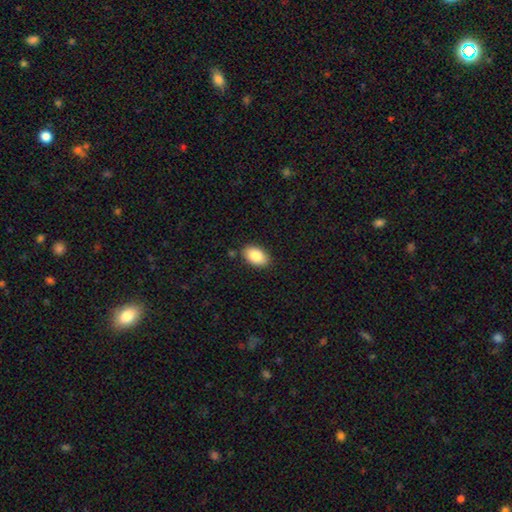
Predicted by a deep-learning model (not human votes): A smooth galaxy with no disk features (86%) that is in between round and cigar-shaped (92%).

Vote fractions:
- Smooth or featured? smooth: 86% / featured or disk: 7% / star or artifact: 7%
- How rounded? in between: 92% / round: 7% / cigar-shaped: 1%
- Merging? none: 86% / minor disturbance: 10% / major disturbance: 2% / merger: 2%